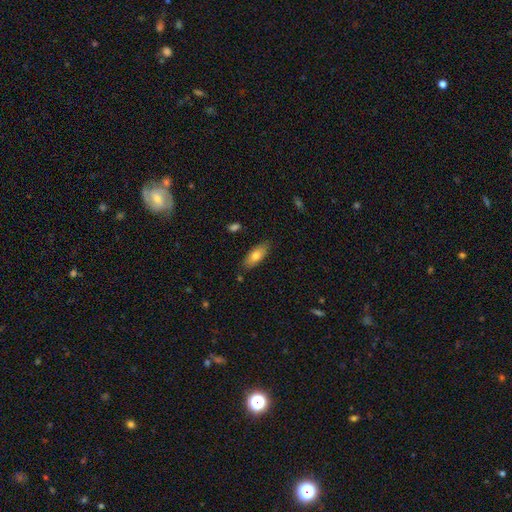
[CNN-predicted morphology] Smooth or featured: smooth — 74% (featured or disk — 20%)
How rounded: in between — 76% (cigar-shaped — 22%)
Merging: none — 83% (minor disturbance — 12%)